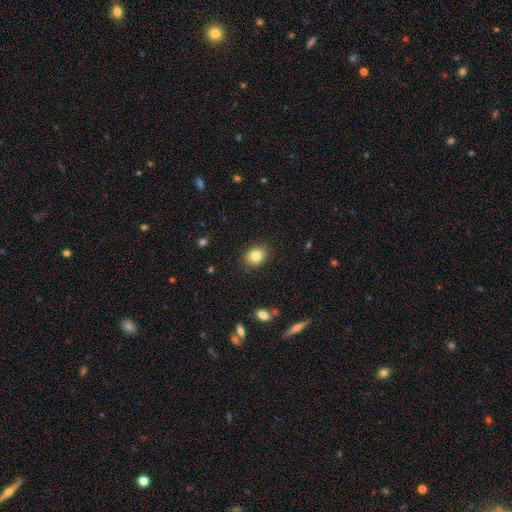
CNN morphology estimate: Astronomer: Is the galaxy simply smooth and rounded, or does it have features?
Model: smooth — 82%.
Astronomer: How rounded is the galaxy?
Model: round — 58% (runner-up: in between, 41%).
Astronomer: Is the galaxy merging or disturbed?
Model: none — 87%.